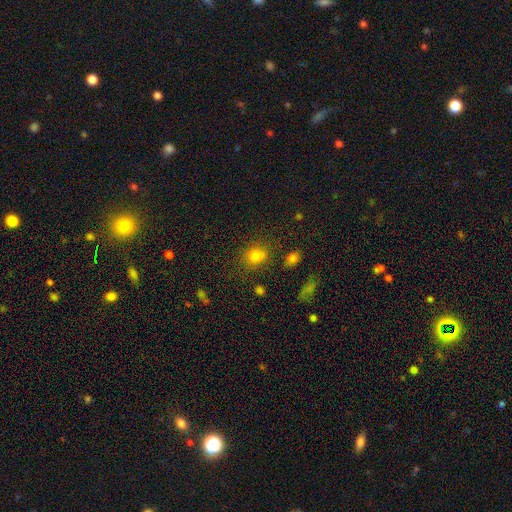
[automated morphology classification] smooth 77%, star or artifact 16%, featured or disk 7%. Down the decision tree: how rounded — round (56%); merging — none (70%).